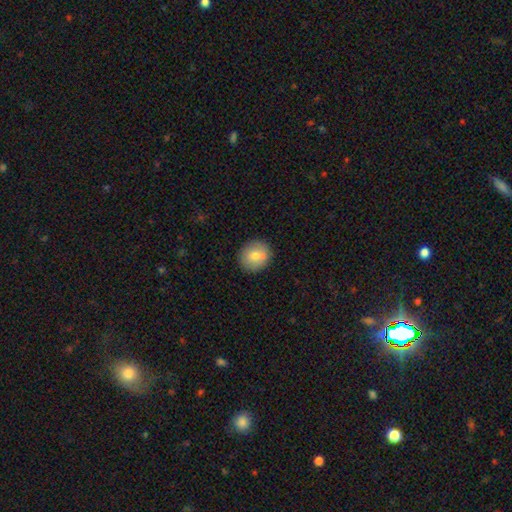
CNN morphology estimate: Smooth or featured: smooth — 75% (featured or disk — 16%)
How rounded: round — 83% (in between — 16%)
Merging: none — 85% (minor disturbance — 10%)